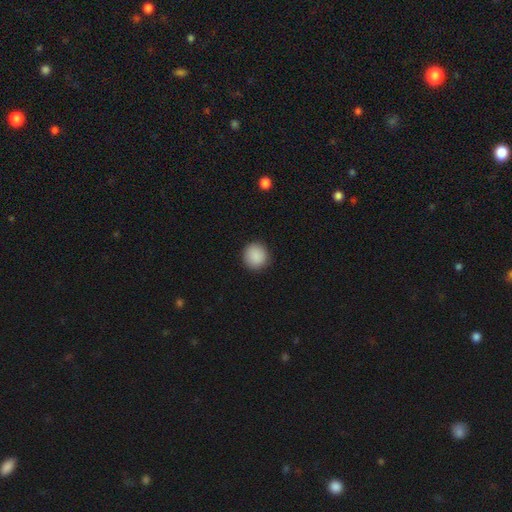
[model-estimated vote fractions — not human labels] smooth-or-featured: smooth: 90% | star or artifact: 8% | featured or disk: 3%
  how-rounded: round: 91% | in between: 8% | cigar-shaped: 1%
  merging: none: 91% | minor disturbance: 6% | major disturbance: 2% | merger: 1%